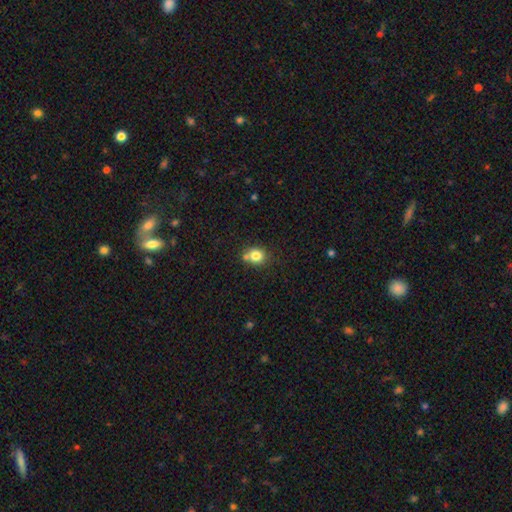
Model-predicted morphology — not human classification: This is likely a smooth galaxy (80%). How rounded: likely round (74%). Merging: likely none (60%).